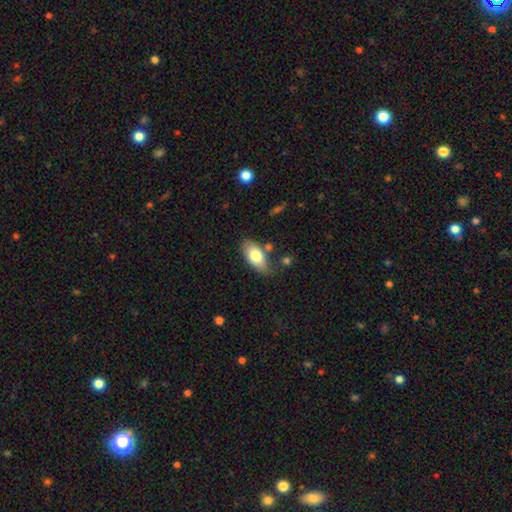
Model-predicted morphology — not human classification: This appears to be a smooth galaxy with no disk features (75%) that is in between round and cigar-shaped (91%). Merging: none (69%).